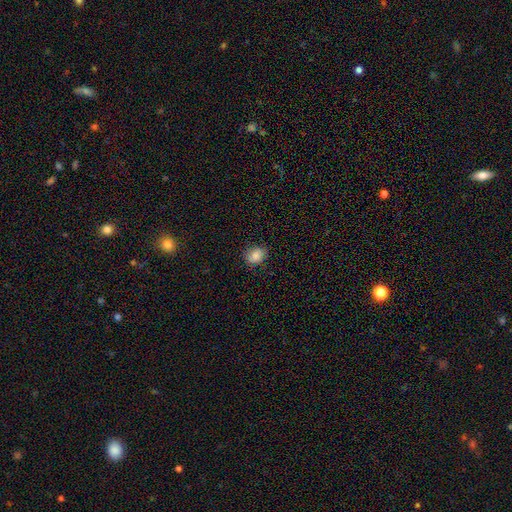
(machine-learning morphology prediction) This is clearly a smooth galaxy (85%). How rounded: possibly in between (52%). Merging: clearly none (82%).